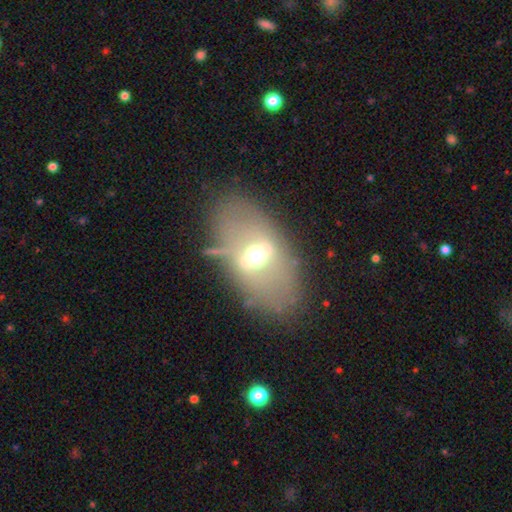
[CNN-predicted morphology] Smooth or featured? featured or disk (57%)
Edge-on disk? no (80%)
Merging? none (71%)